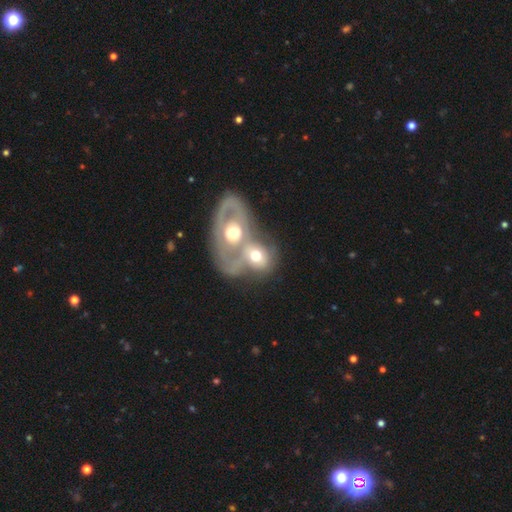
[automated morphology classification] Smooth or featured? Predicted: featured or disk (p=0.53). Edge-on disk? Predicted: no (p=0.94). Bar? Predicted: no (p=0.84). Spiral arms? Predicted: no (p=0.67). Bulge size? Predicted: moderate (p=0.67). Merging? Predicted: merger (p=0.71).